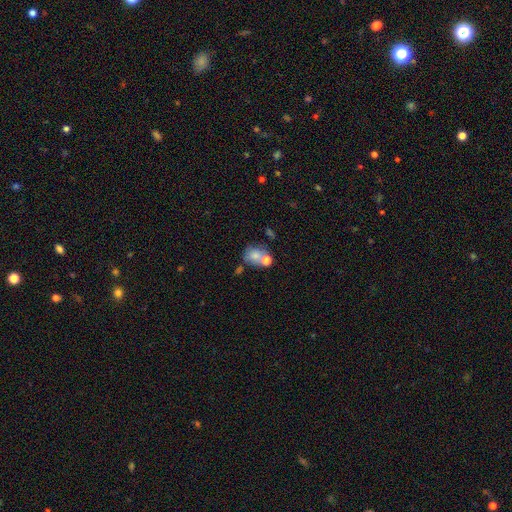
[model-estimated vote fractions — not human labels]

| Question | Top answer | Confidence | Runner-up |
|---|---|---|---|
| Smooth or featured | smooth | 71% | featured or disk (17%) |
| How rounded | round | 54% | in between (45%) |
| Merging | none | 40% | merger (36%) |